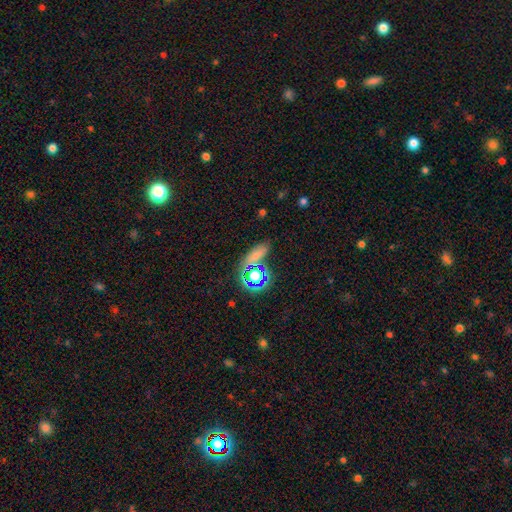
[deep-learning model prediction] This appears to be a smooth galaxy with no disk features (58%) that is in between round and cigar-shaped (58%). Merging: none (69%).